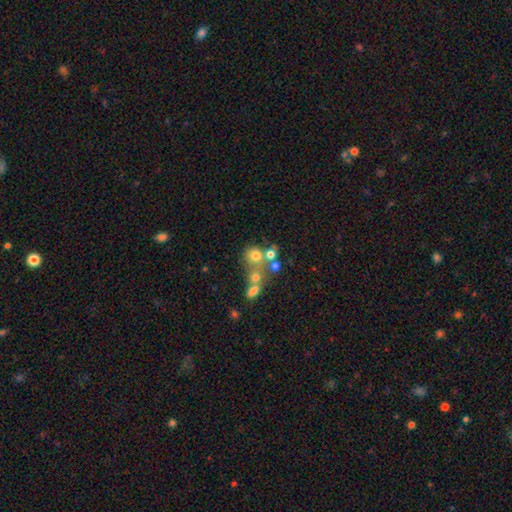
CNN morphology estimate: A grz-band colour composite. It shows a smooth galaxy with no disk features (64%) that is round (80%). Merging: merger (44%).